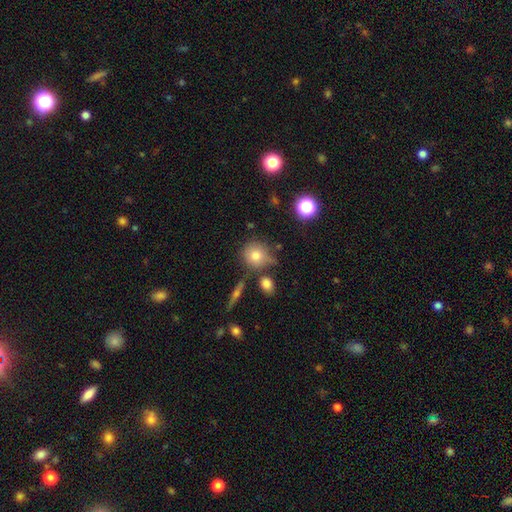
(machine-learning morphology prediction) Smooth or featured?
  - smooth: 76% *
  - featured or disk: 13%
  - star or artifact: 11%
How rounded?
  - round: 86% *
  - in between: 12%
  - cigar-shaped: 1%
Merging?
  - none: 64% *
  - minor disturbance: 18%
  - merger: 13%
  - major disturbance: 6%